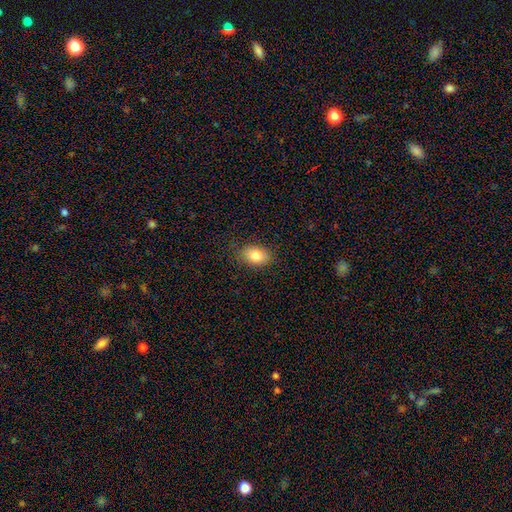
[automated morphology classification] This appears to be a smooth galaxy with no disk features (83%) that is in between round and cigar-shaped (79%). Merging: none (84%).